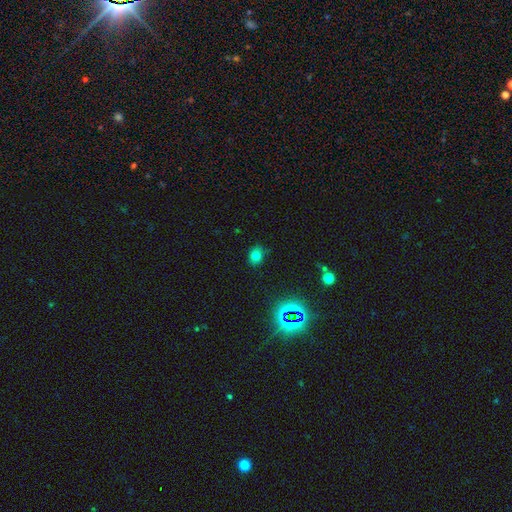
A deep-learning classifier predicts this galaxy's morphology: type=smooth (73%); roundness=round (53%); merging=none (81%).